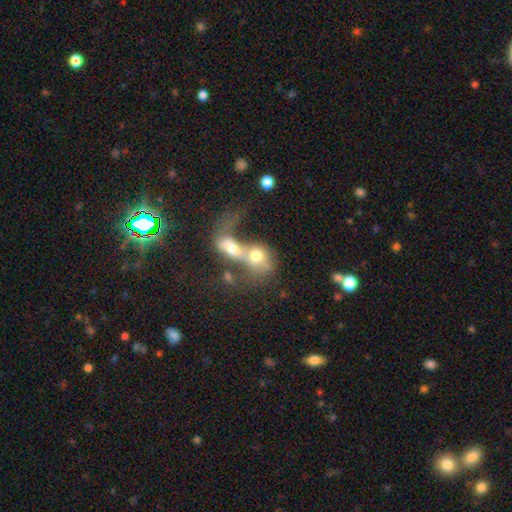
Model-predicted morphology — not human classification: A smooth galaxy with no disk features (57%) that is in between round and cigar-shaped (58%). Merging: merger (80%).